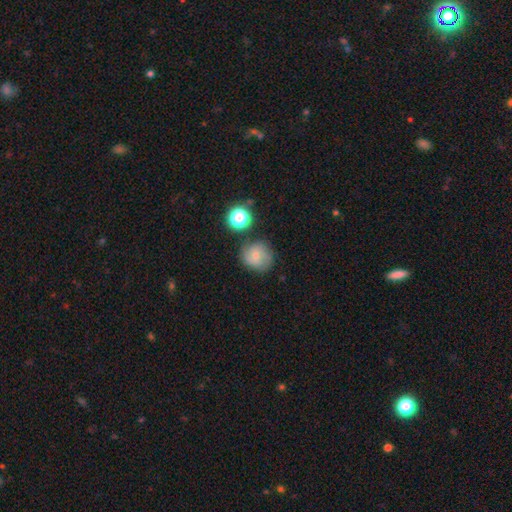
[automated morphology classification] A smooth galaxy with no disk features (57%) that is round (86%). Merging: none (69%).